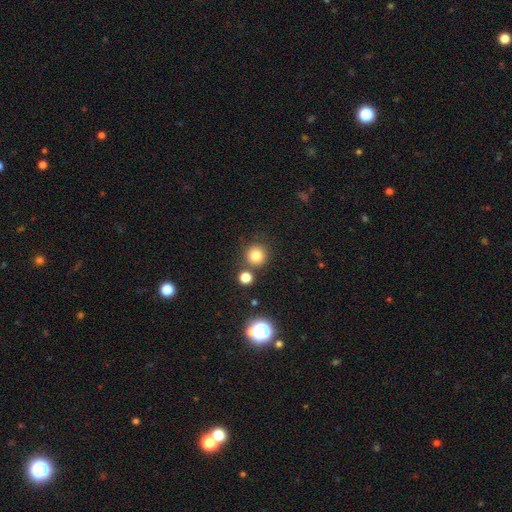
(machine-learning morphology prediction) A smooth galaxy with no disk features (79%) that is round (93%). Merging: none (79%).